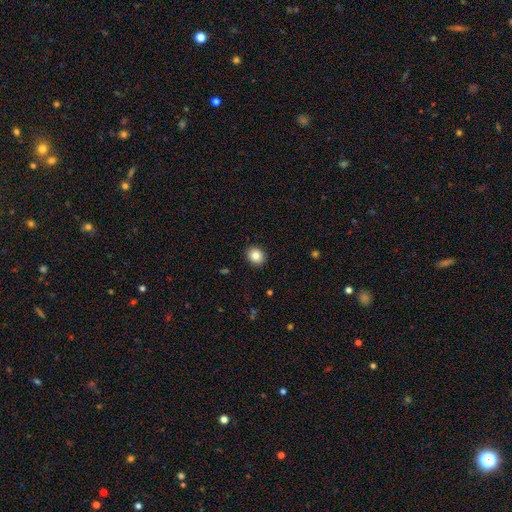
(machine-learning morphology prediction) This appears to be a smooth galaxy with no disk features (83%) that is round (64%). Merging: none (91%).